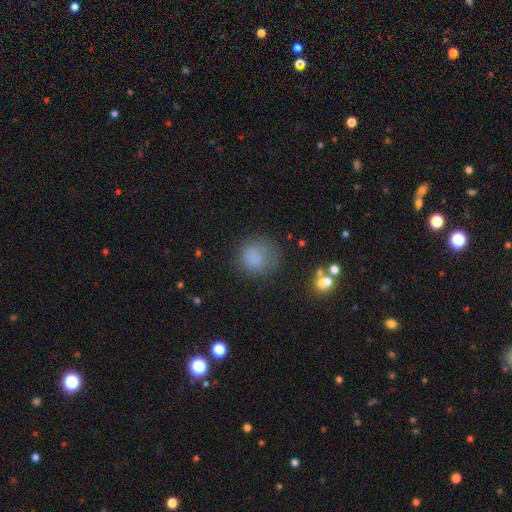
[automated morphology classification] This is clearly a smooth galaxy (80%). How rounded: clearly round (86%). Merging: likely none (72%).